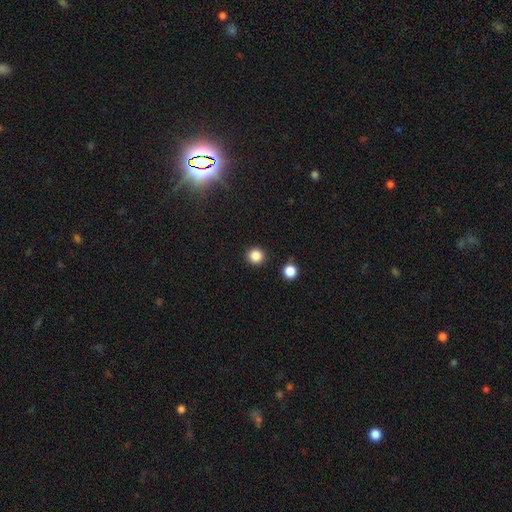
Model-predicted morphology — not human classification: Smooth or featured: smooth — 86% (star or artifact — 11%)
How rounded: round — 95% (in between — 4%)
Merging: none — 91% (minor disturbance — 5%)